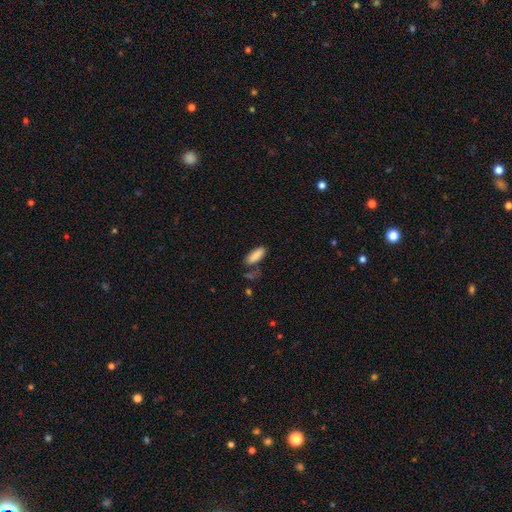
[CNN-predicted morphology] smooth 88%, star or artifact 7%, featured or disk 5%. Down the decision tree: how rounded — in between (74%); merging — none (67%).